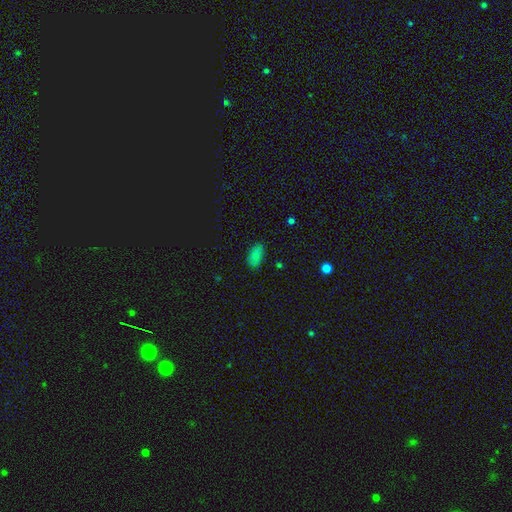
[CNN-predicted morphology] smooth 82%, star or artifact 14%, featured or disk 5%. Down the decision tree: how rounded — in between (91%); merging — none (82%).